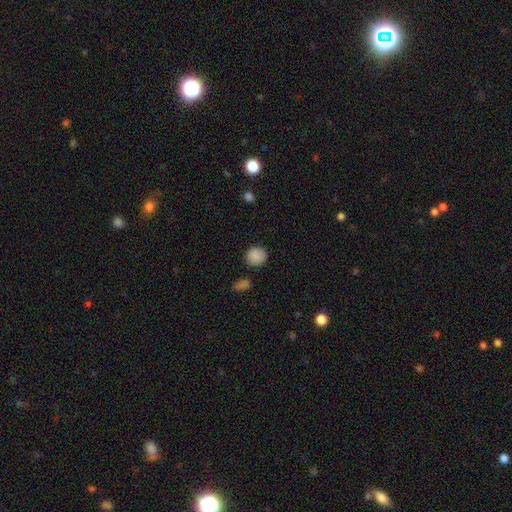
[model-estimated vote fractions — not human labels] Smooth or featured? Predicted: smooth (p=0.87). How rounded? Predicted: round (p=0.84). Merging? Predicted: none (p=0.83).